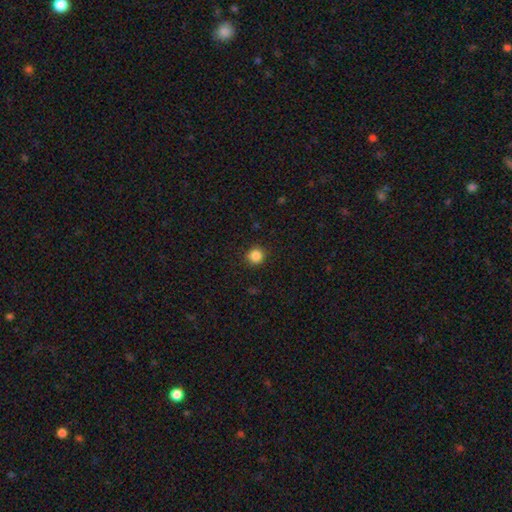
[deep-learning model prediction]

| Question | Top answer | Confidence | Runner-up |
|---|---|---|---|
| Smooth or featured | smooth | 86% | star or artifact (11%) |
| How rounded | round | 93% | in between (6%) |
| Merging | none | 91% | minor disturbance (6%) |